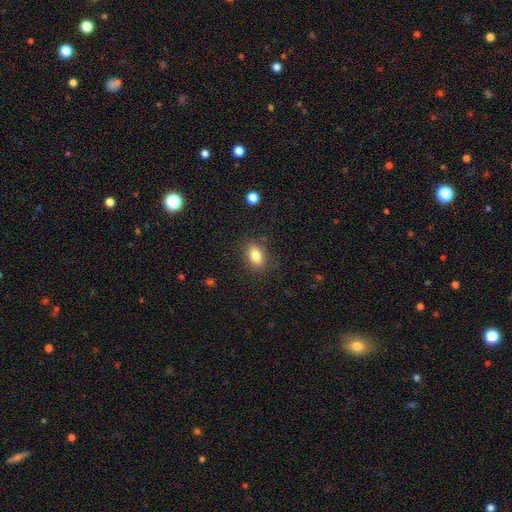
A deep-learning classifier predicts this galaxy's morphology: A smooth galaxy with no disk features (82%) that is in between round and cigar-shaped (83%). Merging: none (86%).